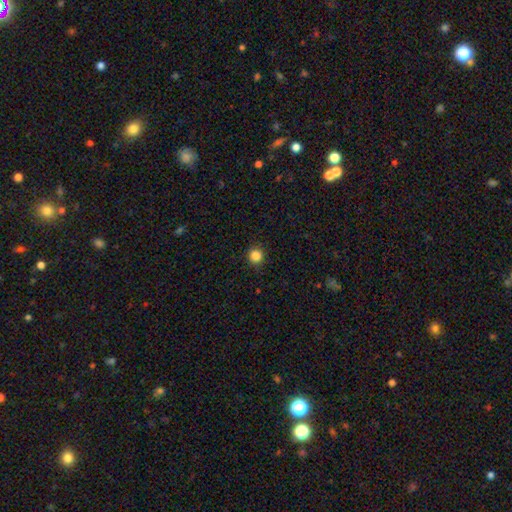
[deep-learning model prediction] Smooth or featured? Predicted: smooth (p=0.85). How rounded? Predicted: round (p=0.93). Merging? Predicted: none (p=0.90).